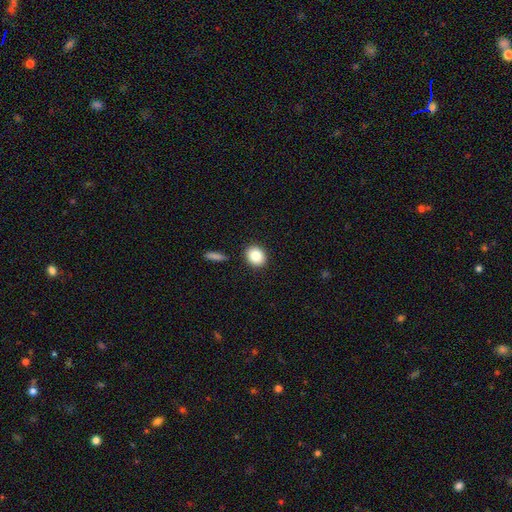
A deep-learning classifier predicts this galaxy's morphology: Q: Smooth or featured?
A: smooth (84%); runner-up: star or artifact (9%)
Q: How rounded?
A: round (66%); runner-up: in between (33%)
Q: Merging?
A: none (89%); runner-up: minor disturbance (7%)